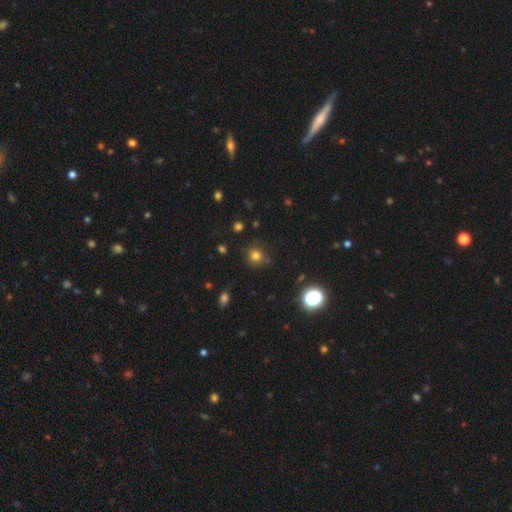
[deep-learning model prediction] smooth 75%, star or artifact 18%, featured or disk 7%. Down the decision tree: how rounded — round (89%); merging — none (80%).